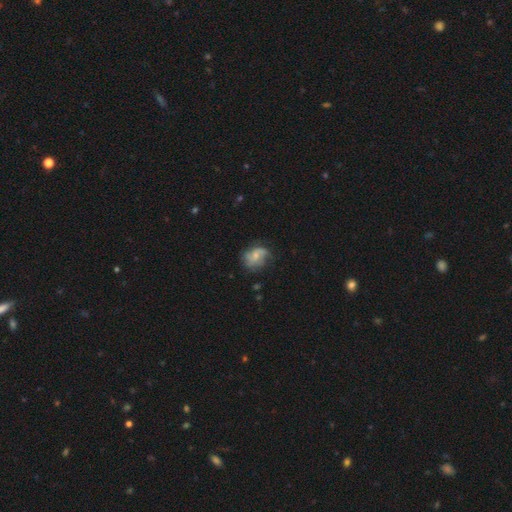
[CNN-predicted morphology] smooth_or_featured: featured or disk (p=0.48) [alt: smooth p=0.43]
merging: none (p=0.54) [alt: minor disturbance p=0.29]